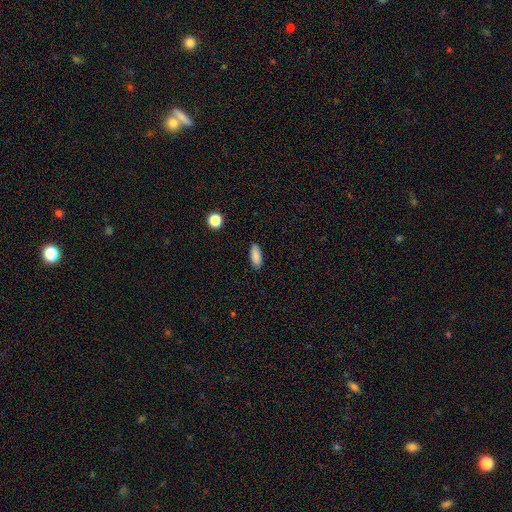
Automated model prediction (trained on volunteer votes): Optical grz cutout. It shows a smooth galaxy with no disk features (88%) that is in between round and cigar-shaped (79%). Merging: none (88%).